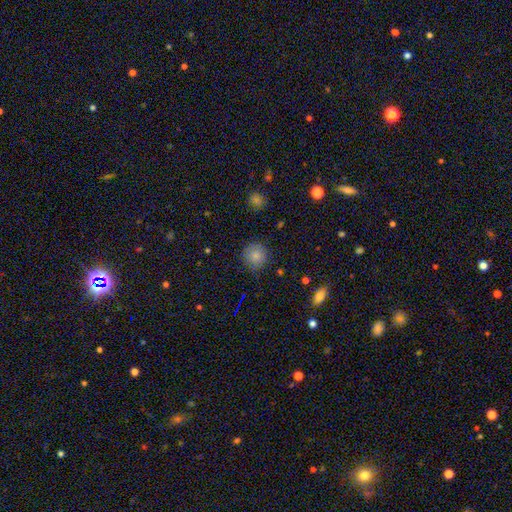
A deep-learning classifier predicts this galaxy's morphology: Smooth or featured? Predicted: smooth (p=0.83). How rounded? Predicted: round (p=0.92). Merging? Predicted: none (p=0.83).